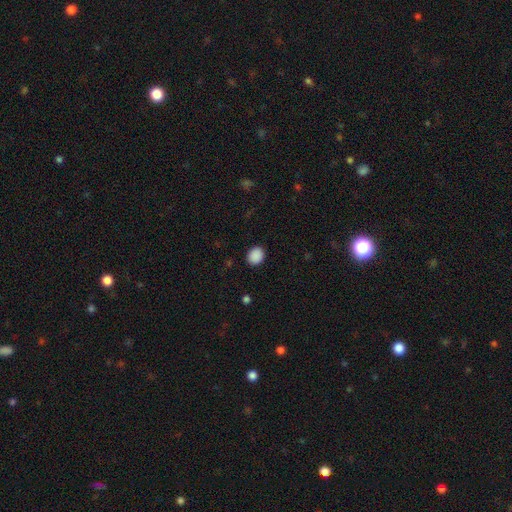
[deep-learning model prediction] Smooth or featured: smooth — 89% (star or artifact — 9%)
How rounded: round — 64% (in between — 35%)
Merging: none — 90% (minor disturbance — 7%)